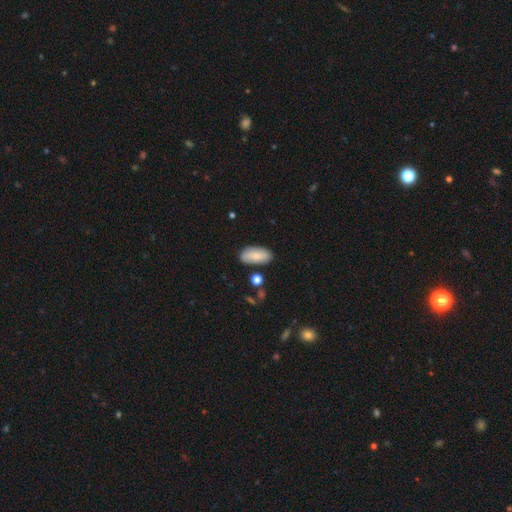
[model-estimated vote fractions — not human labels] A smooth galaxy with no disk features (79%) that is in between round and cigar-shaped (91%).

Vote fractions:
- Smooth or featured? smooth: 79% / featured or disk: 14% / star or artifact: 7%
- How rounded? in between: 91% / cigar-shaped: 7% / round: 2%
- Merging? none: 81% / minor disturbance: 13% / merger: 3% / major disturbance: 3%